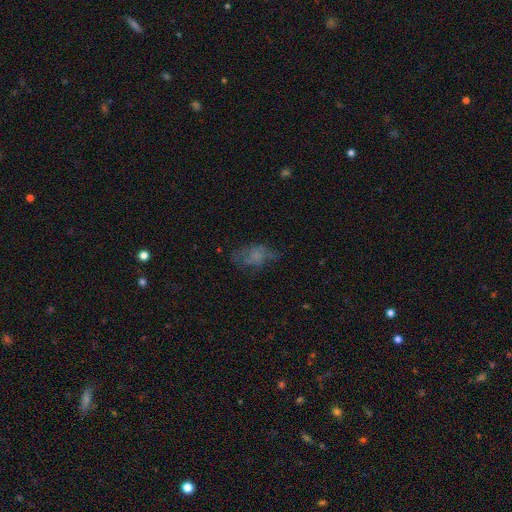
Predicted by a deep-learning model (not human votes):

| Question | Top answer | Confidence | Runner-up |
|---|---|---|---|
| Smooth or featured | smooth | 49% | featured or disk (35%) |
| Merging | none | 44% | major disturbance (29%) |